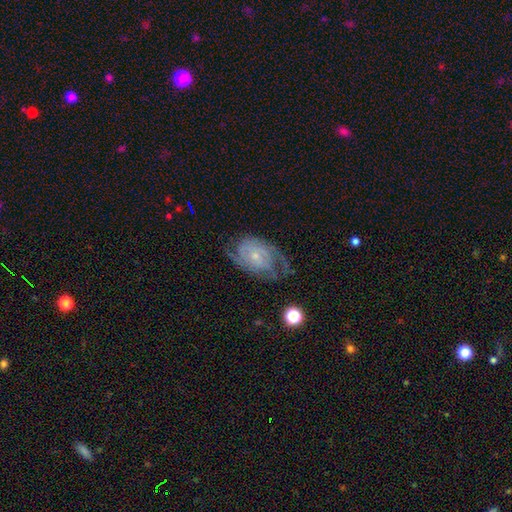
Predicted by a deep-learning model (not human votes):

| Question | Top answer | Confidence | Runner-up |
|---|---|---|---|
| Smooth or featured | featured or disk | 80% | smooth (13%) |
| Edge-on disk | no | 97% | yes (3%) |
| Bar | no | 68% | weak (27%) |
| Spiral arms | yes | 92% | no (8%) |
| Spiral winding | tight | 50% | medium (37%) |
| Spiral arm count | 2 | 52% | can't tell (26%) |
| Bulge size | small | 74% | moderate (18%) |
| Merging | none | 59% | minor disturbance (22%) |